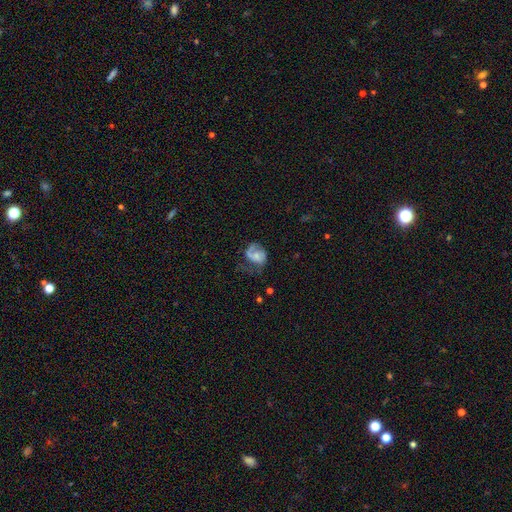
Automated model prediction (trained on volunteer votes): smooth-or-featured: featured or disk: 54% | smooth: 38% | star or artifact: 8%
  disk-edge-on: no: 98% | yes: 2%
    bar: no: 69% | weak: 26% | strong: 5%
    has-spiral-arms: yes: 77% | no: 23%
    bulge-size: small: 45% | moderate: 34% | none: 14% | large: 5% | dominant: 2%
  merging: major disturbance: 37% | none: 33% | minor disturbance: 27% | merger: 3%